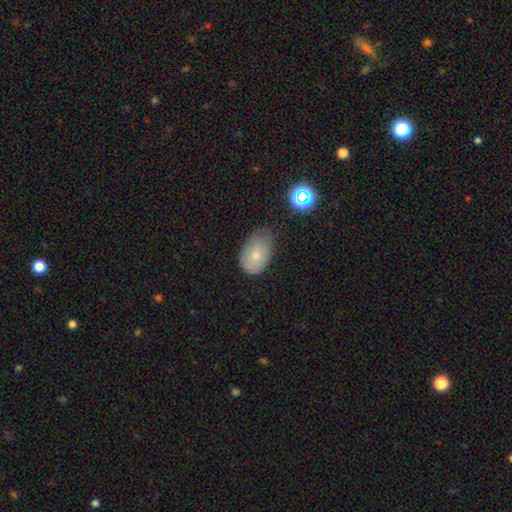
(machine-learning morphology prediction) The model was most divided on "merging": none: 53%, minor disturbance: 37%, major disturbance: 8%, merger: 2%. More confident: how rounded — in between (85%); smooth or featured — smooth (75%).